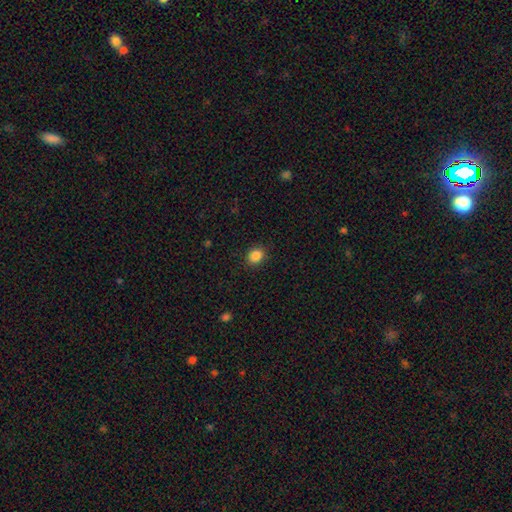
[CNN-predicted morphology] A smooth galaxy with no disk features (86%) that is round (56%). Merging: none (89%).